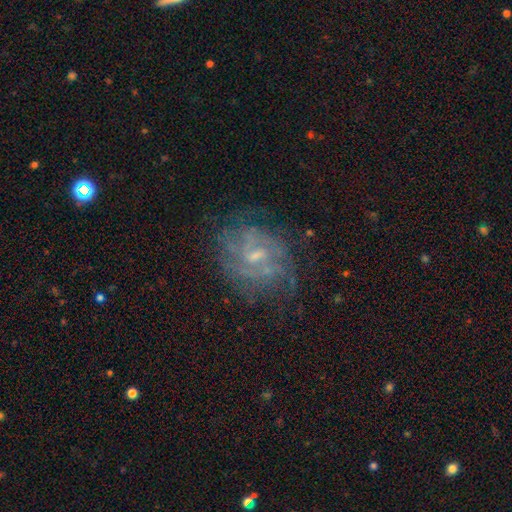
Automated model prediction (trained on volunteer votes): featured or disk 75%, smooth 15%, star or artifact 11%. Down the decision tree: edge-on disk — no (97%); bar — weak (54%); spiral arms — yes (79%); spiral arm count — can't tell (49%); spiral winding — tight (47%); bulge size — small (52%); merging — none (65%).